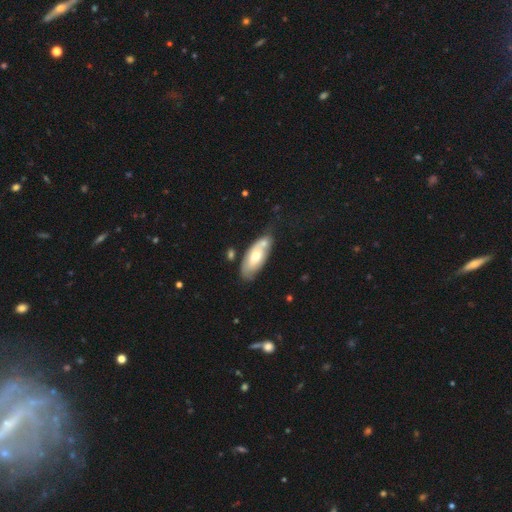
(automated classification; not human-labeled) This appears to be a smooth galaxy with no disk features (54%) that is in between round and cigar-shaped (82%). Merging: none (51%).